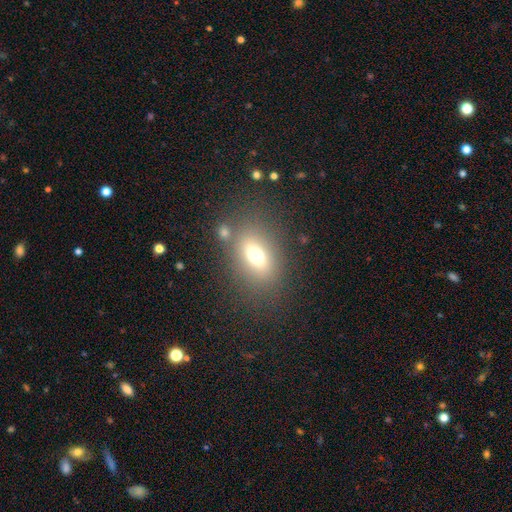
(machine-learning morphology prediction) Smooth or featured?
  - smooth: 67% *
  - featured or disk: 18%
  - star or artifact: 15%
How rounded?
  - in between: 71% *
  - round: 25%
  - cigar-shaped: 3%
Merging?
  - none: 70% *
  - minor disturbance: 12%
  - merger: 11%
  - major disturbance: 7%